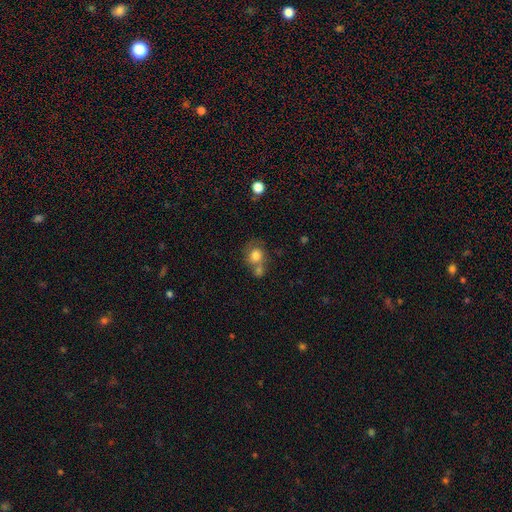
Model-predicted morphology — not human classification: Smooth or featured: smooth — 77% (featured or disk — 13%)
How rounded: round — 72% (in between — 27%)
Merging: none — 41% (merger — 38%)